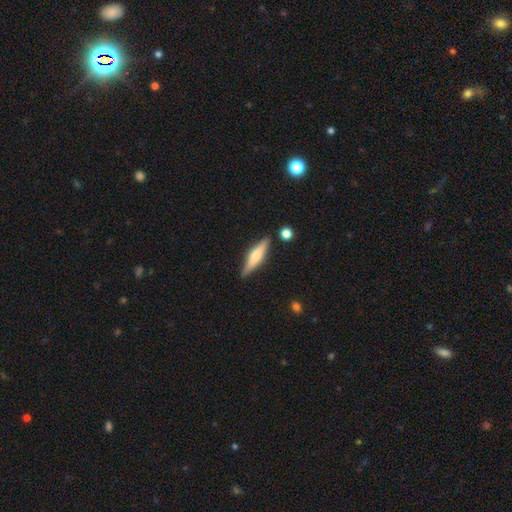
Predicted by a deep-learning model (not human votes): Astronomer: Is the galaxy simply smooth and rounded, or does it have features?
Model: featured or disk — 51% (runner-up: smooth, 42%).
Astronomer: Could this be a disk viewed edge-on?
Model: yes — 95%.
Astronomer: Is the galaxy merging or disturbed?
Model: none — 85%.